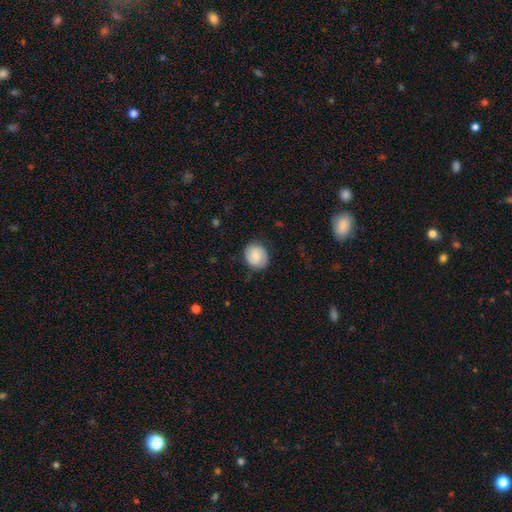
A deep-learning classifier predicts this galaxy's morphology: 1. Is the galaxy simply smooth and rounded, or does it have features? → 64% smooth, 28% featured or disk, 8% star or artifact.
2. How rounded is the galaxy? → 75% round, 24% in between, 1% cigar-shaped.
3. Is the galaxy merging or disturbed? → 83% none, 13% minor disturbance, 3% major disturbance, 1% merger.